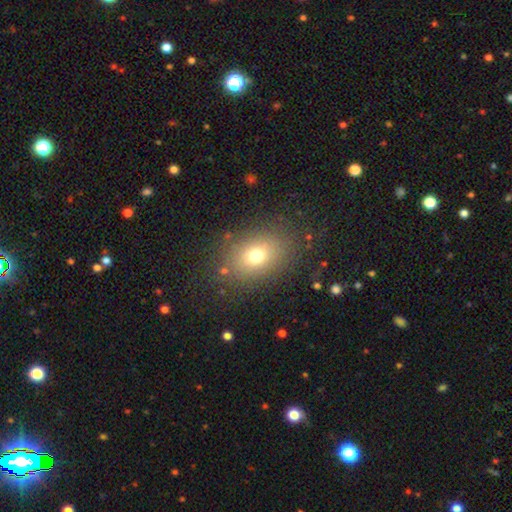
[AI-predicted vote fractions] This is likely a smooth galaxy (70%). How rounded: likely in between (63%). Merging: clearly none (81%).